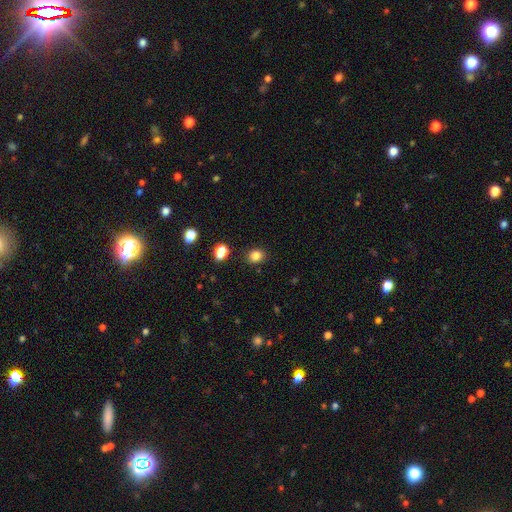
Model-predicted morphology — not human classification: Q: Smooth or featured?
A: smooth (83%); runner-up: star or artifact (13%)
Q: How rounded?
A: round (65%); runner-up: in between (34%)
Q: Merging?
A: none (87%); runner-up: minor disturbance (8%)